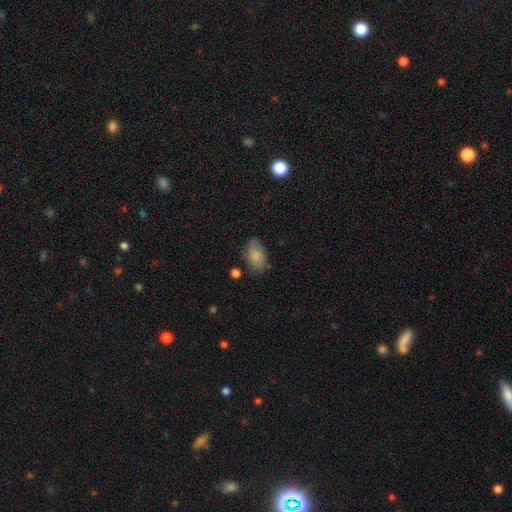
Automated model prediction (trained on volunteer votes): smooth-or-featured: smooth: 84% | featured or disk: 9% | star or artifact: 7%
  how-rounded: in between: 91% | round: 7% | cigar-shaped: 2%
  merging: none: 71% | minor disturbance: 21% | major disturbance: 5% | merger: 3%